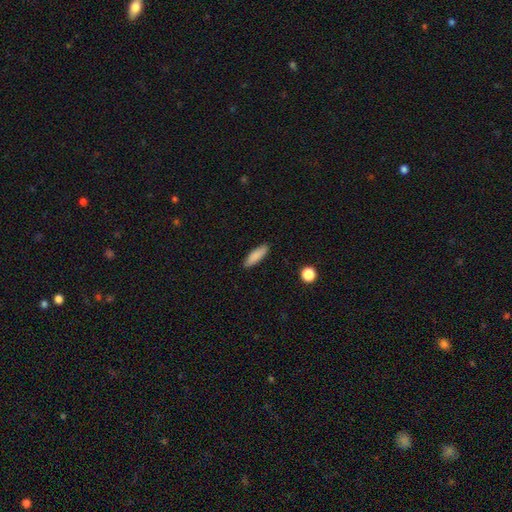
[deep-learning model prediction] smooth_or_featured: smooth (p=0.86) [alt: featured or disk p=0.07]
how_rounded: cigar-shaped (p=0.55) [alt: in between p=0.44]
merging: none (p=0.89) [alt: minor disturbance p=0.08]